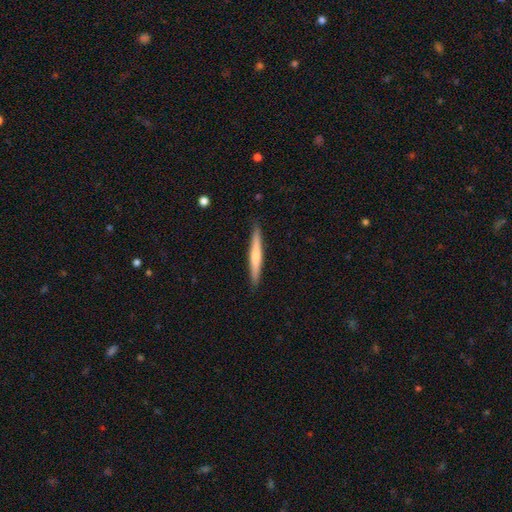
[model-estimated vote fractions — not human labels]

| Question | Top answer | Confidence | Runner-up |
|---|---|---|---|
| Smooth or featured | smooth | 54% | featured or disk (41%) |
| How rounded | cigar-shaped | 96% | in between (3%) |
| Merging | none | 91% | minor disturbance (7%) |